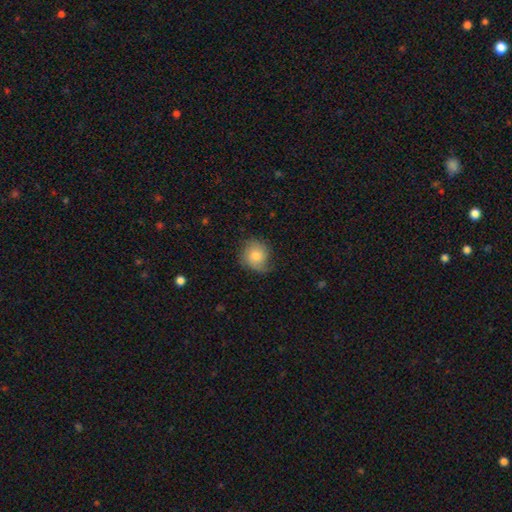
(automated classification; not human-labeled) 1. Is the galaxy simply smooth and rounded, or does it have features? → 68% smooth, 24% featured or disk, 8% star or artifact.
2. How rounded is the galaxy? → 78% round, 21% in between, 1% cigar-shaped.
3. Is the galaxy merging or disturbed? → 60% none, 29% minor disturbance, 10% major disturbance, 1% merger.